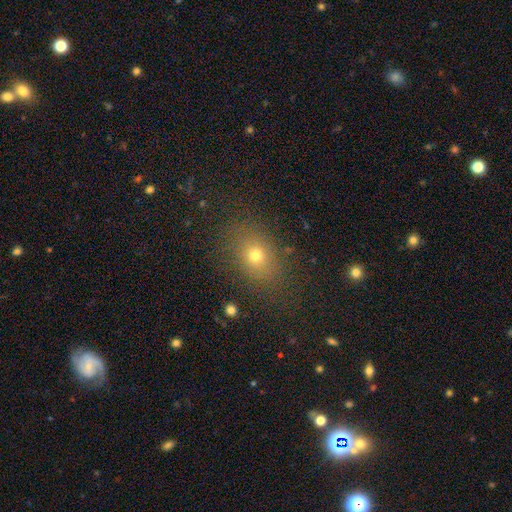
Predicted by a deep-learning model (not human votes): smooth-or-featured: smooth: 70% | star or artifact: 18% | featured or disk: 12%
  how-rounded: in between: 57% | round: 42% | cigar-shaped: 2%
  merging: none: 81% | minor disturbance: 12% | major disturbance: 6% | merger: 2%